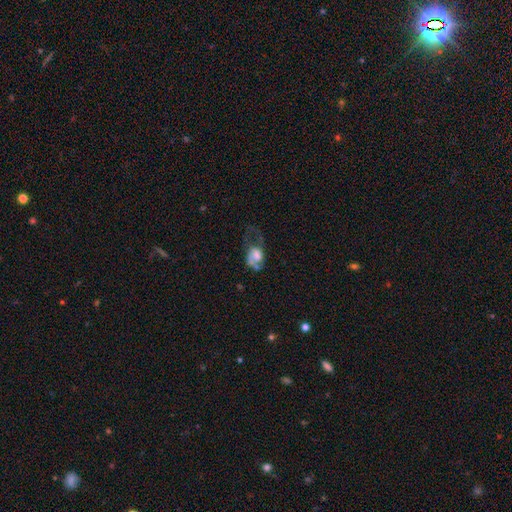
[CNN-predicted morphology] Q: Smooth or featured?
A: featured or disk (46%); runner-up: smooth (44%)
Q: Merging?
A: major disturbance (54%); runner-up: none (18%)